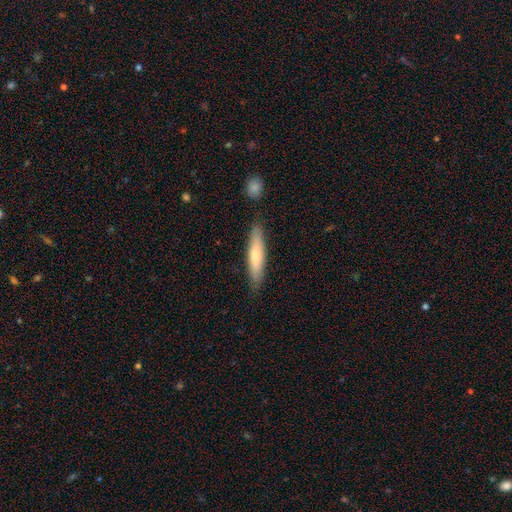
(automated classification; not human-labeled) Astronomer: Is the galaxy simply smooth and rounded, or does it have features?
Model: smooth — 66%.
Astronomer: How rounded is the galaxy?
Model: cigar-shaped — 86%.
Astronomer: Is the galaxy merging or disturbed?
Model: none — 84%.